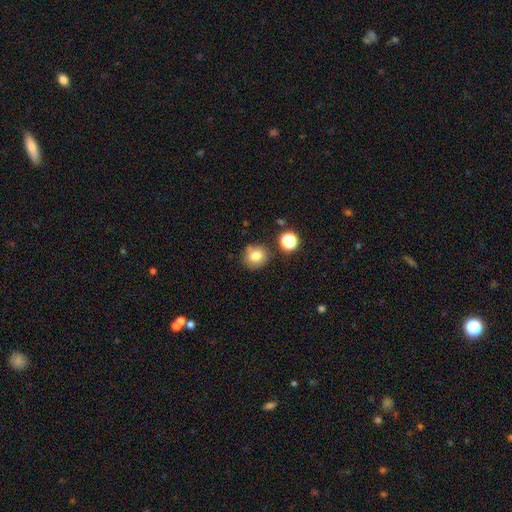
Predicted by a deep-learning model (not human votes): Smooth or featured? smooth (78%)
How rounded? round (81%)
Merging? none (76%)